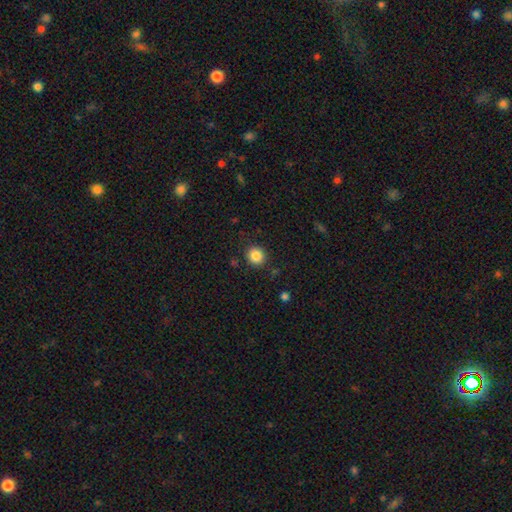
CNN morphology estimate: A smooth galaxy with no disk features (86%) that is round (88%). Merging: none (88%).